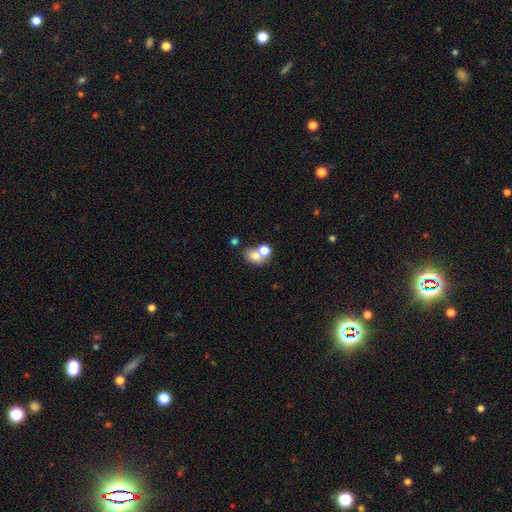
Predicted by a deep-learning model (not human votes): This is likely a smooth galaxy (73%). How rounded: possibly round (51%). Merging: possibly merger (49%).